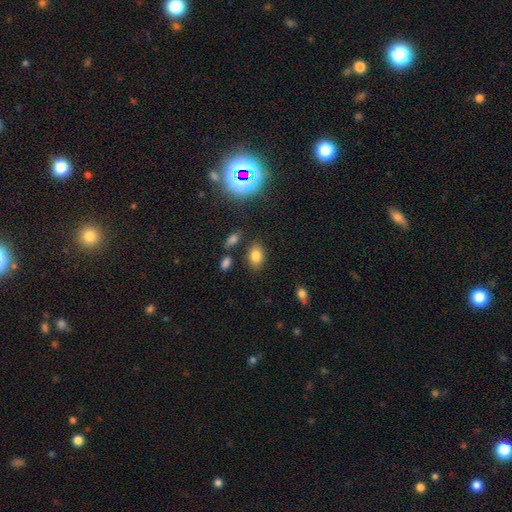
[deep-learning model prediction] This is likely a smooth galaxy (79%). How rounded: clearly in between (83%). Merging: clearly none (80%).